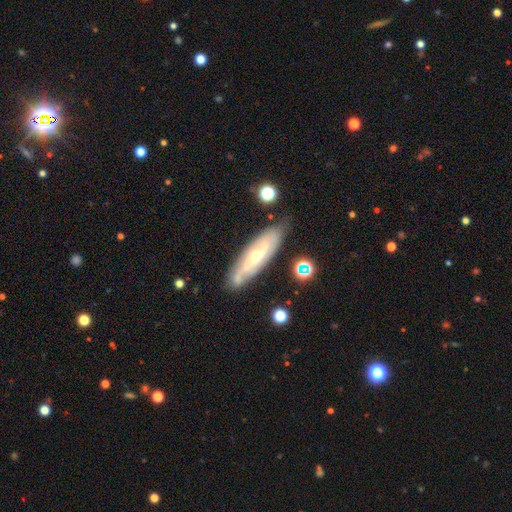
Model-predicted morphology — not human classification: The model was most divided on "edge-on disk": no: 64%, yes: 36%. More confident: merging — none (76%); smooth or featured — featured or disk (70%).